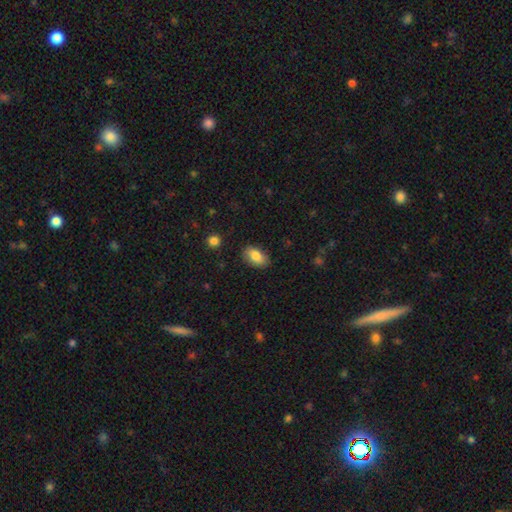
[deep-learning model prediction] This is clearly a smooth galaxy (82%). How rounded: clearly in between (91%). Merging: clearly none (84%).